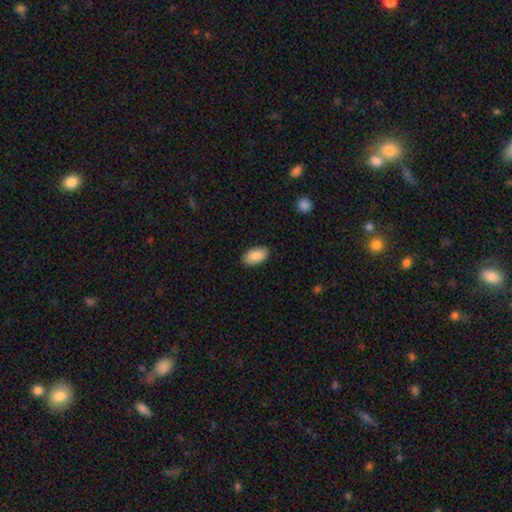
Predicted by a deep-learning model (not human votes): Overall: smooth (89%). How rounded: in between (95%). Merging: none (89%).